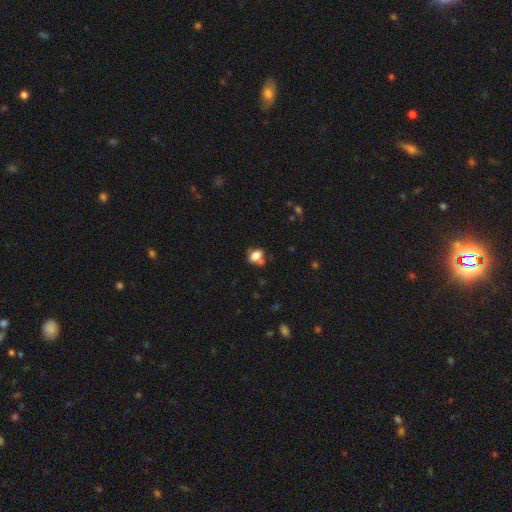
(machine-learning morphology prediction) Q: Smooth or featured?
A: smooth (76%); runner-up: featured or disk (13%)
Q: How rounded?
A: in between (76%); runner-up: round (21%)
Q: Merging?
A: none (51%); runner-up: minor disturbance (24%)